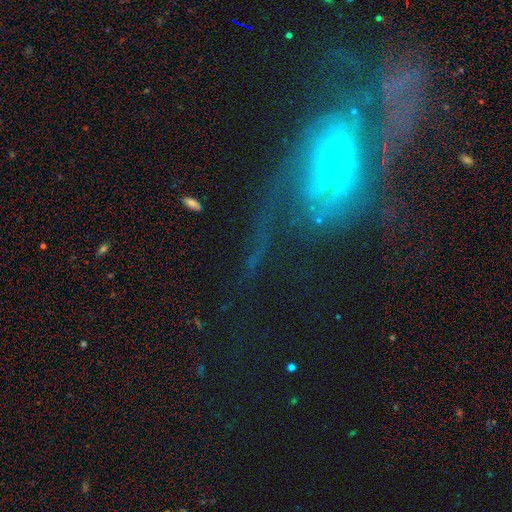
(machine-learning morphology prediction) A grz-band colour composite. It shows a featured or disk galaxy (62%) with no bar (45%), spiral arms (73%) and a small central bulge (67%). Merging: none (47%).